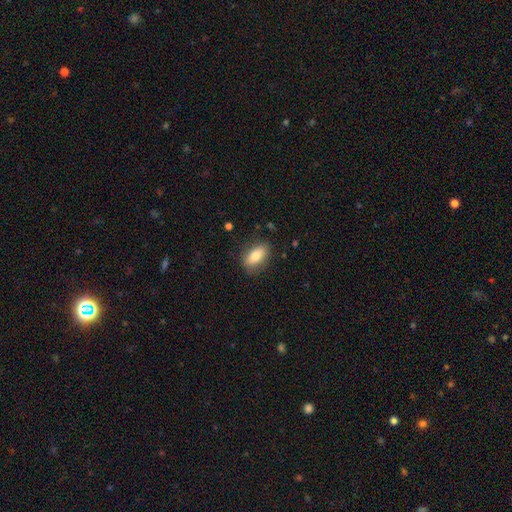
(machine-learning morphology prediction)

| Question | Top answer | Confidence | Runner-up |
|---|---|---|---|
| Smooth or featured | smooth | 76% | featured or disk (17%) |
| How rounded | in between | 84% | cigar-shaped (9%) |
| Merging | none | 82% | minor disturbance (13%) |